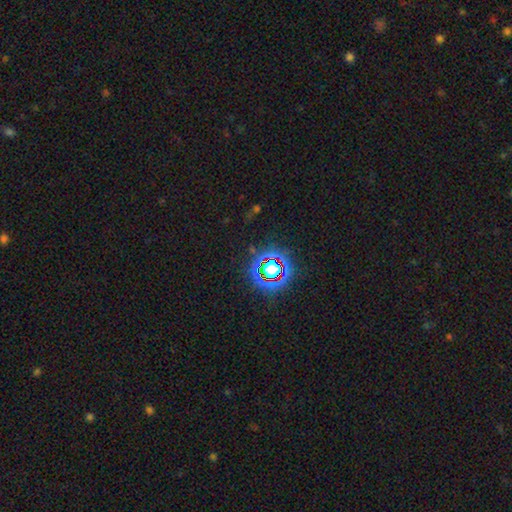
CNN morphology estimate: This appears to be a star or artifact, not a galaxy (77%).